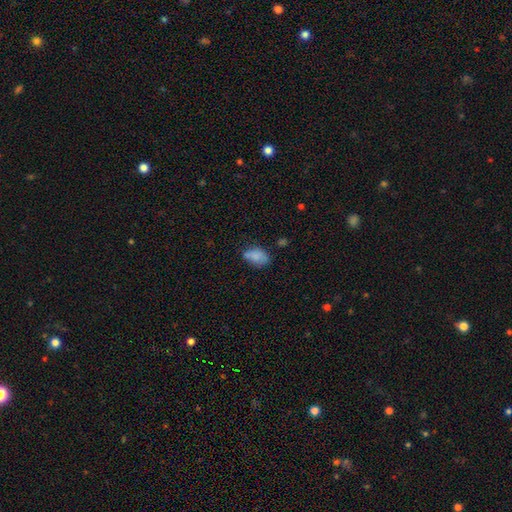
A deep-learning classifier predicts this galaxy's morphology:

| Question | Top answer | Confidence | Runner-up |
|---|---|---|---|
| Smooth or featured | smooth | 79% | featured or disk (11%) |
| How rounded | in between | 86% | round (13%) |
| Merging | none | 53% | minor disturbance (29%) |